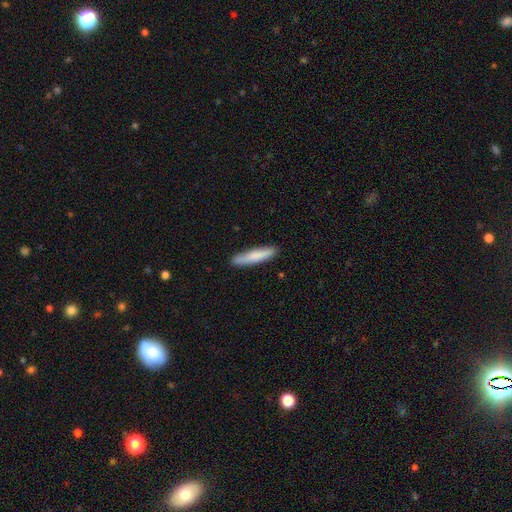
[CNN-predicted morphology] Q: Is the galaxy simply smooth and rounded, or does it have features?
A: smooth — 78%.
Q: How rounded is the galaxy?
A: cigar-shaped — 89%.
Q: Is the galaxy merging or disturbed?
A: none — 88%.